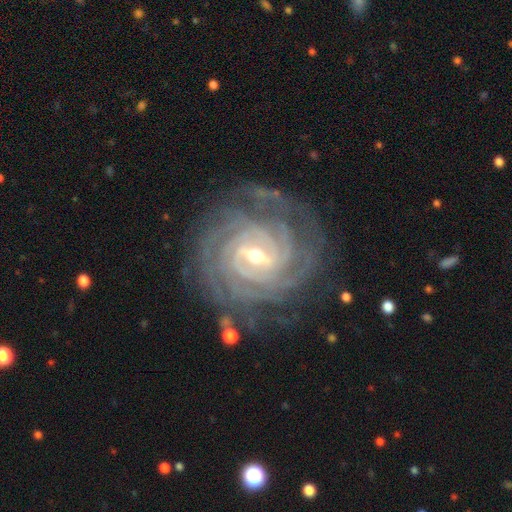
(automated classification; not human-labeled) Overall: featured or disk (93%). Edge-on disk: no (97%). Bar: weak (44%, tied with strong). Spiral arms: yes (98%). Spiral arm count: 4 (30%; can't tell 20%). Spiral winding: tight (79%). Bulge size: moderate (51%; small 44%). Merging: none (76%).